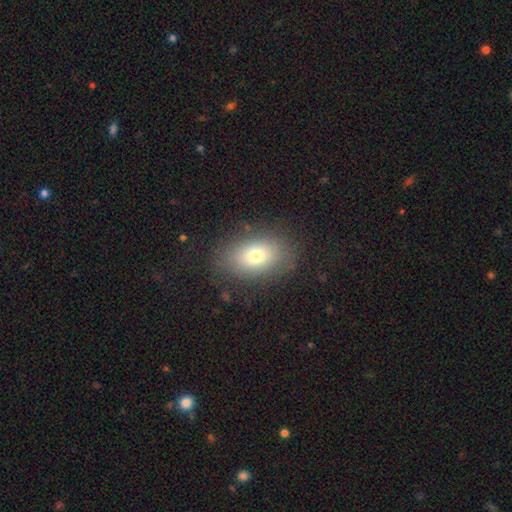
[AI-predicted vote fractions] This appears to be a smooth galaxy with no disk features (76%) that is in between round and cigar-shaped (82%). Merging: none (81%).